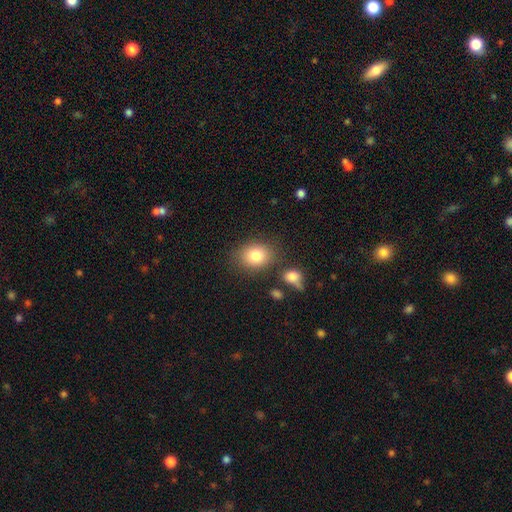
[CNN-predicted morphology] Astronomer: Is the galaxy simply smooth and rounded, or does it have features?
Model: smooth — 82%.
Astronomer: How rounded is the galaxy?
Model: in between — 51% (runner-up: round, 48%).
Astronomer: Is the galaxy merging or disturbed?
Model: none — 78%.